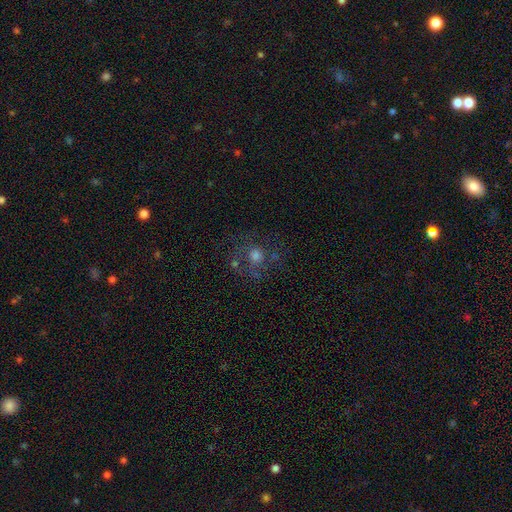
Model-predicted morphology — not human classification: type=featured or disk (42%); merging=none (66%).